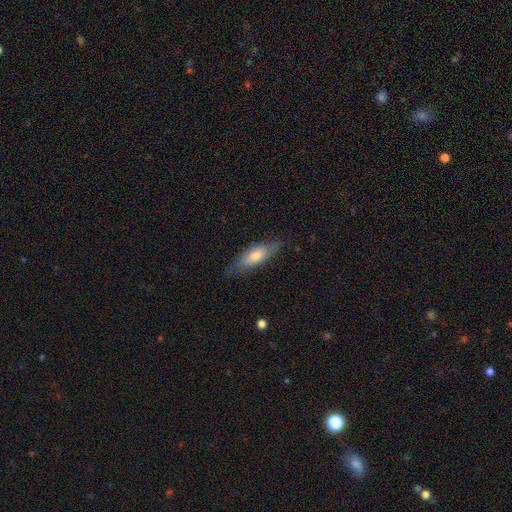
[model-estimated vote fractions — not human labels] A smooth galaxy with no disk features (65%) that is in between round and cigar-shaped (55%). Merging: none (78%).